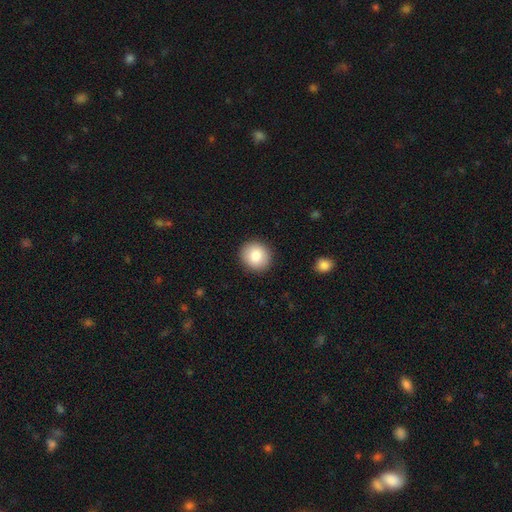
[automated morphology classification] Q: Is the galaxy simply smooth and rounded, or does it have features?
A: smooth — 84%.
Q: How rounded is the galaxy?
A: round — 87%.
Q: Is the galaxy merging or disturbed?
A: none — 91%.